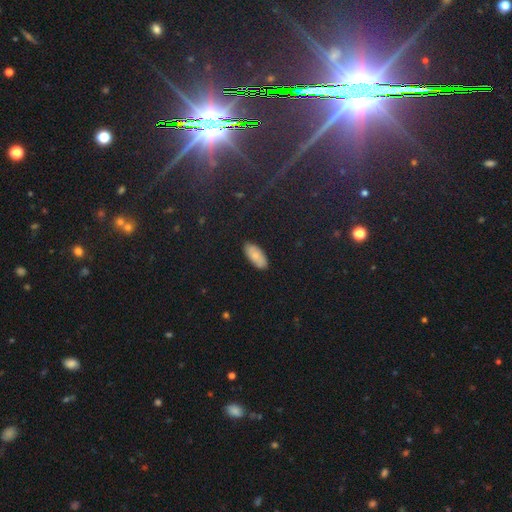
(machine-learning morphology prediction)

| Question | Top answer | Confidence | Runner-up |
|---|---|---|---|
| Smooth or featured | smooth | 74% | featured or disk (17%) |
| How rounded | in between | 89% | cigar-shaped (8%) |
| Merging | none | 87% | minor disturbance (10%) |